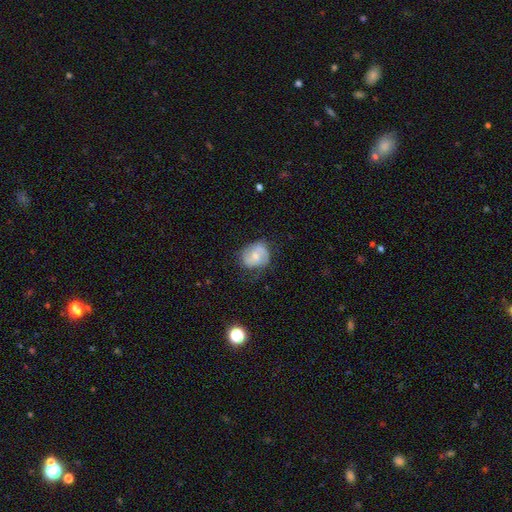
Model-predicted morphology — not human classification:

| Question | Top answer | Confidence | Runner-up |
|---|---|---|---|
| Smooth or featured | featured or disk | 52% | smooth (41%) |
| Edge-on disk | no | 97% | yes (3%) |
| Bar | no | 60% | weak (32%) |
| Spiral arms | yes | 77% | no (23%) |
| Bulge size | small | 47% | moderate (46%) |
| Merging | none | 59% | minor disturbance (27%) |